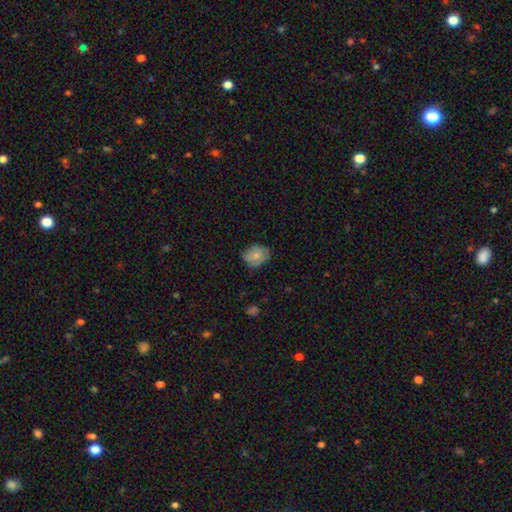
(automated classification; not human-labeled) smooth-or-featured: smooth: 74% | featured or disk: 19% | star or artifact: 7%
  how-rounded: in between: 51% | round: 48% | cigar-shaped: 1%
  merging: none: 71% | minor disturbance: 24% | major disturbance: 4% | merger: 1%